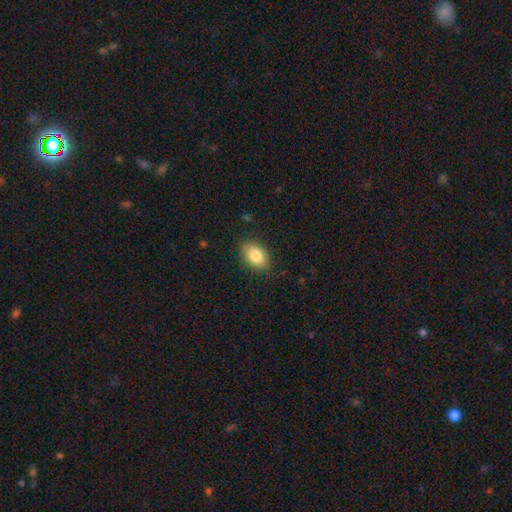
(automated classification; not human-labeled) A smooth galaxy with no disk features (84%) that is in between round and cigar-shaped (84%). Merging: none (83%).